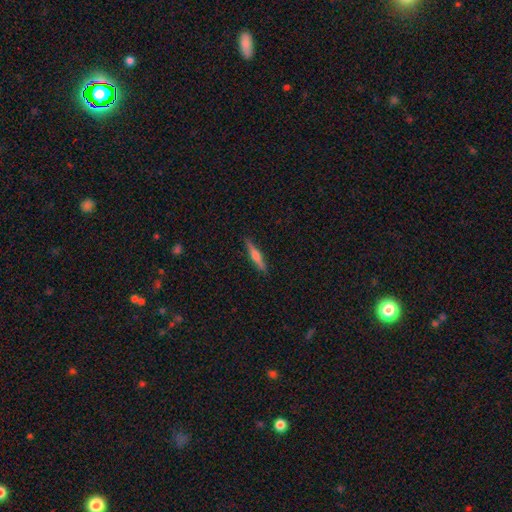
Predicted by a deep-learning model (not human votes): Smooth or featured? featured or disk (51%)
Edge-on disk? yes (97%)
Merging? none (89%)